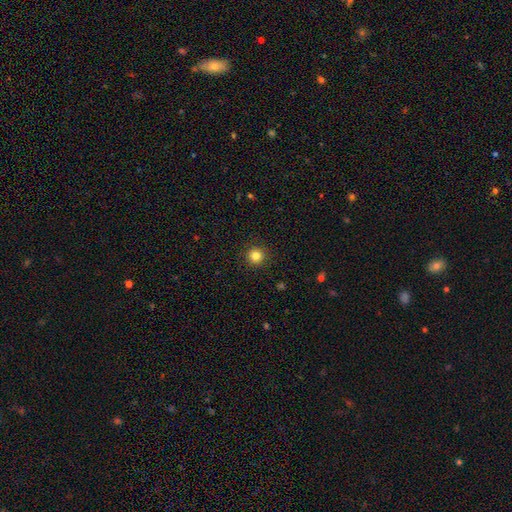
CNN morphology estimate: Overall: smooth (83%). How rounded: round (95%). Merging: none (92%).